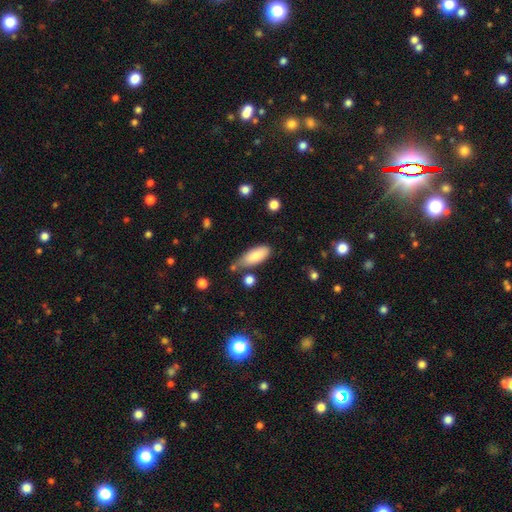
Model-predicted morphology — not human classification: Smooth or featured?
  - smooth: 84% *
  - featured or disk: 10%
  - star or artifact: 6%
How rounded?
  - in between: 79% *
  - cigar-shaped: 19%
  - round: 2%
Merging?
  - none: 54% *
  - minor disturbance: 29%
  - merger: 9%
  - major disturbance: 7%